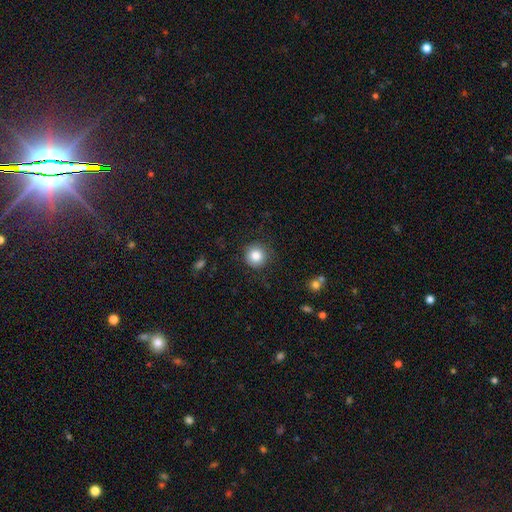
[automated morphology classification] smooth-or-featured: smooth: 84% | star or artifact: 10% | featured or disk: 6%
  how-rounded: round: 94% | in between: 5% | cigar-shaped: 1%
  merging: none: 87% | minor disturbance: 9% | major disturbance: 3% | merger: 1%